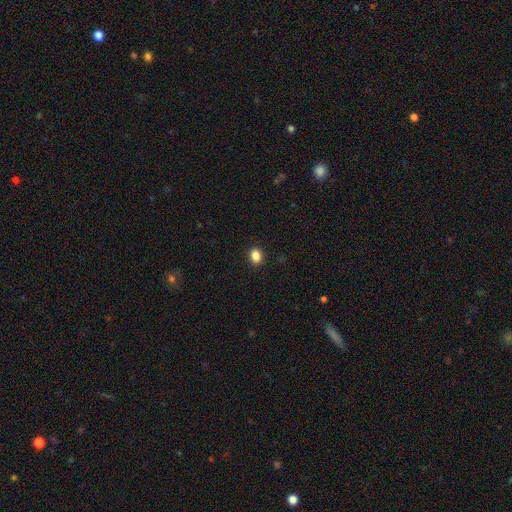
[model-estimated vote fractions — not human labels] smooth-or-featured: smooth: 87% | star or artifact: 10% | featured or disk: 3%
  how-rounded: in between: 69% | round: 29% | cigar-shaped: 1%
  merging: none: 90% | minor disturbance: 7% | major disturbance: 2% | merger: 1%